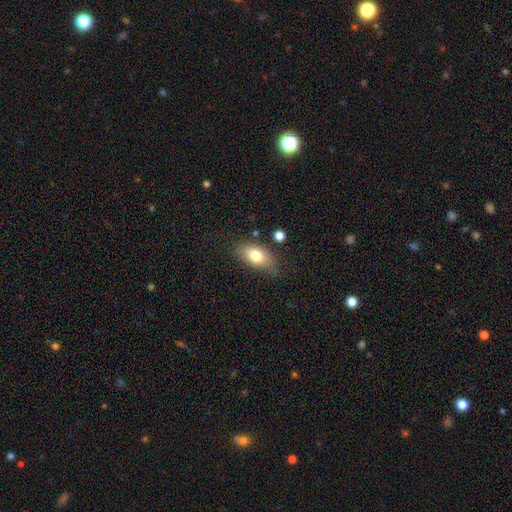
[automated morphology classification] Smooth or featured? Predicted: smooth (p=0.76). How rounded? Predicted: in between (p=0.88). Merging? Predicted: none (p=0.71).